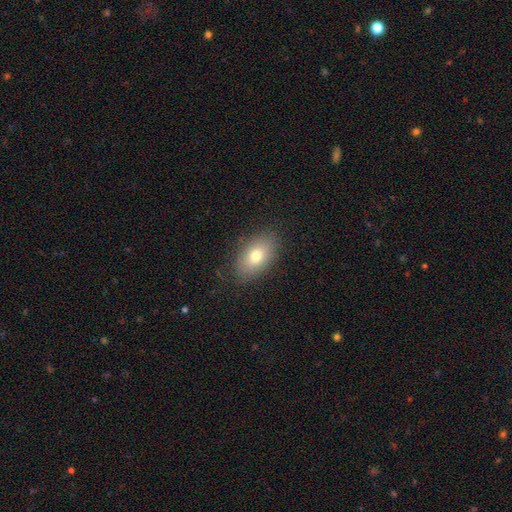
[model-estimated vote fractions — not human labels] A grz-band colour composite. It shows a smooth galaxy with no disk features (75%) that is in between round and cigar-shaped (89%). Merging: none (84%).